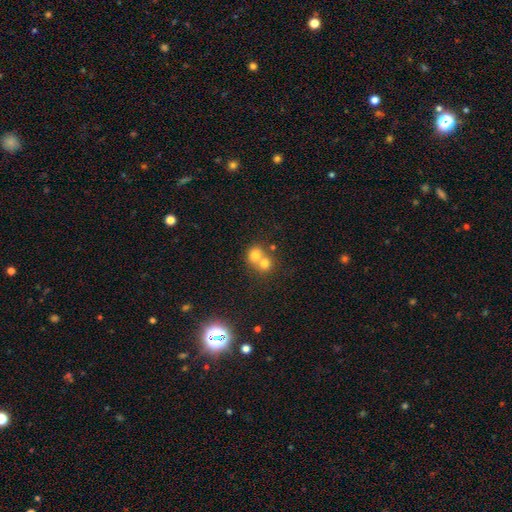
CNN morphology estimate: Smooth or featured: smooth — 73% (featured or disk — 15%)
How rounded: round — 82% (in between — 17%)
Merging: merger — 61% (none — 32%)